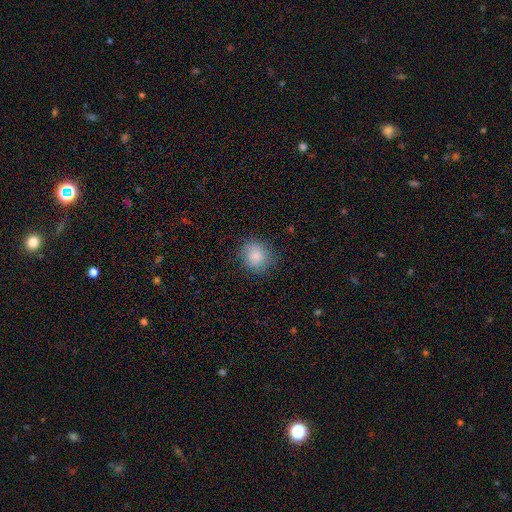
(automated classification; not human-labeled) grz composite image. It shows a smooth galaxy with no disk features (83%) that is round (87%). Merging: none (81%).